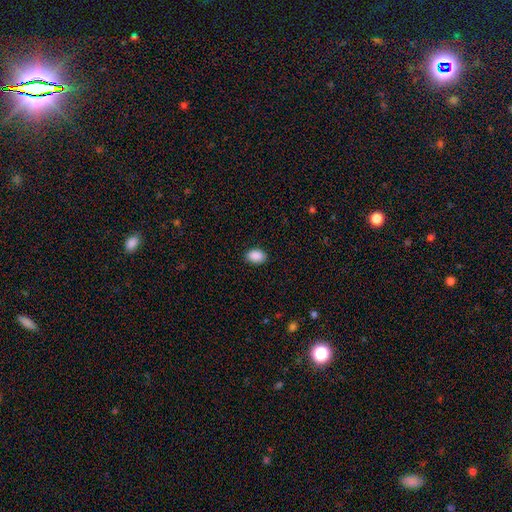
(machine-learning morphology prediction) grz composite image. It shows a smooth galaxy with no disk features (90%) that is in between round and cigar-shaped (77%). Merging: none (89%).